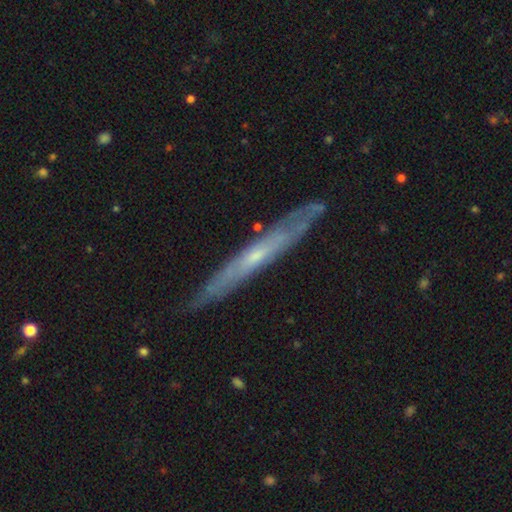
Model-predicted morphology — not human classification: type=featured or disk (71%); edge-on=yes (83%); edge-on bulge=none (54%); merging=none (84%).